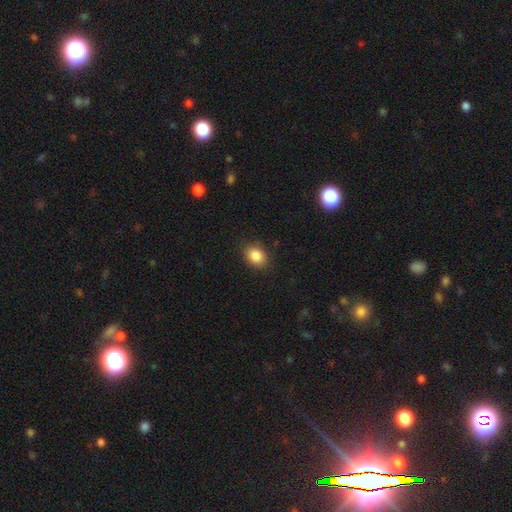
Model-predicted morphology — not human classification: Smooth or featured: smooth — 86% (star or artifact — 9%)
How rounded: in between — 61% (round — 38%)
Merging: none — 87% (minor disturbance — 10%)